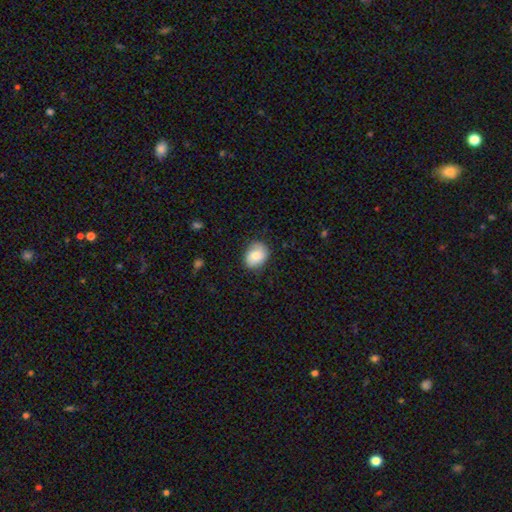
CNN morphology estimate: Smooth or featured? Predicted: smooth (p=0.82). How rounded? Predicted: in between (p=0.57). Merging? Predicted: none (p=0.79).